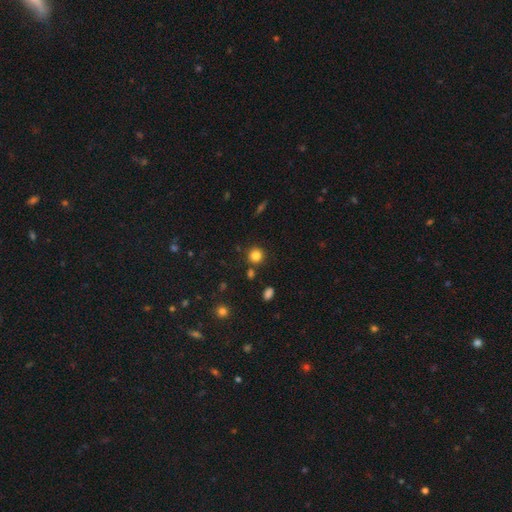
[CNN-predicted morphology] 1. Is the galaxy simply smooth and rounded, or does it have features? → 82% smooth, 13% star or artifact, 5% featured or disk.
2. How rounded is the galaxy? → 92% round, 7% in between, 1% cigar-shaped.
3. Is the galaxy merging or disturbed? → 85% none, 7% minor disturbance, 6% merger, 3% major disturbance.